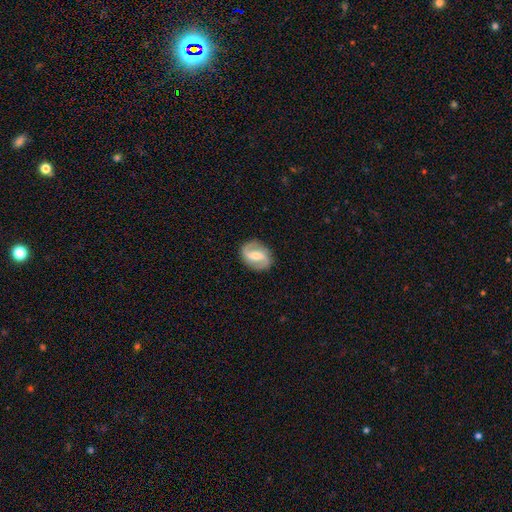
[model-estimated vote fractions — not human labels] smooth-or-featured: featured or disk: 81% | smooth: 14% | star or artifact: 5%
  disk-edge-on: no: 97% | yes: 3%
    bar: weak: 44% | strong: 37% | no: 20%
    has-spiral-arms: yes: 93% | no: 7%
      spiral-winding: medium: 42% | loose: 40% | tight: 18%
      spiral-arm-count: 2: 92% | can't tell: 3% | 1: 2% | 3: 1% | 4: 1% | more than 4: 1%
    bulge-size: moderate: 52% | small: 41% | large: 3% | none: 2% | dominant: 1%
  merging: none: 86% | minor disturbance: 10% | major disturbance: 3% | merger: 1%